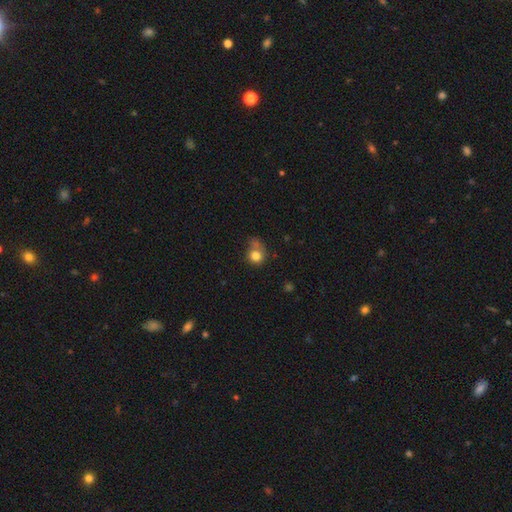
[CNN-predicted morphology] A smooth galaxy with no disk features (79%) that is round (77%).

Vote fractions:
- Smooth or featured? smooth: 79% / star or artifact: 11% / featured or disk: 10%
- How rounded? round: 77% / in between: 22% / cigar-shaped: 1%
- Merging? none: 38% / minor disturbance: 24% / major disturbance: 20% / merger: 18%